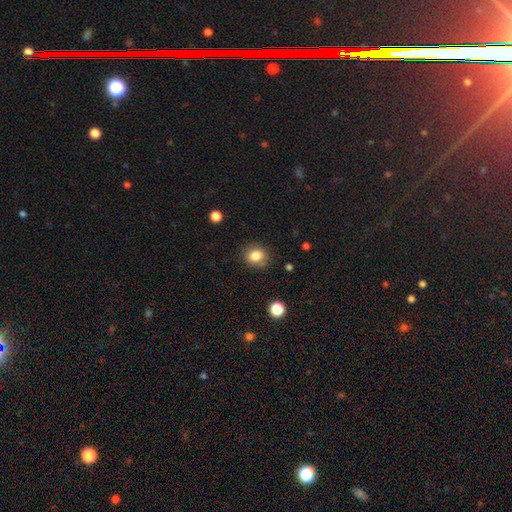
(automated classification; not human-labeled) A smooth galaxy with no disk features (84%) that is round (73%). Merging: none (83%).